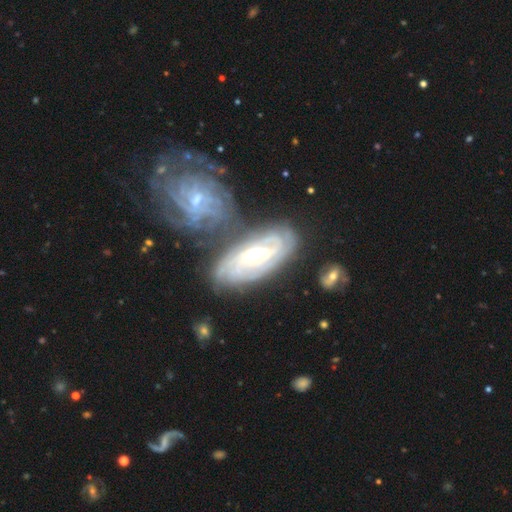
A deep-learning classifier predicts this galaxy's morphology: This is clearly a featured or disk galaxy (83%). It is clearly not viewed edge-on (91%). Bar: marginally no (43%). Spiral arm pattern: clearly yes (91%). Spiral arm count: possibly can't tell (45%). Spiral winding: likely tight (72%). Central bulge: likely moderate (74%). Merging: possibly none (60%).